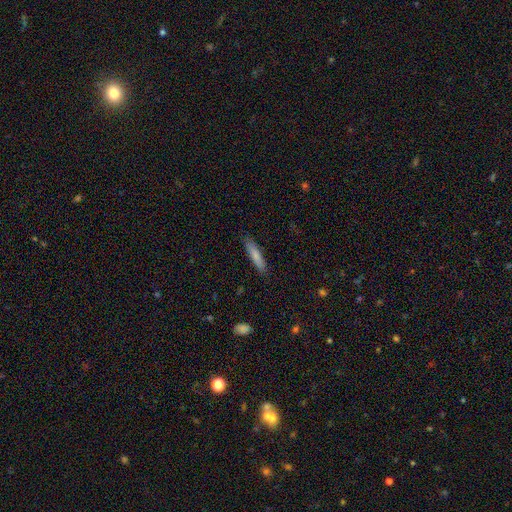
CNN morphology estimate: Q: Smooth or featured?
A: smooth (80%); runner-up: featured or disk (14%)
Q: How rounded?
A: cigar-shaped (85%); runner-up: in between (14%)
Q: Merging?
A: none (86%); runner-up: minor disturbance (10%)